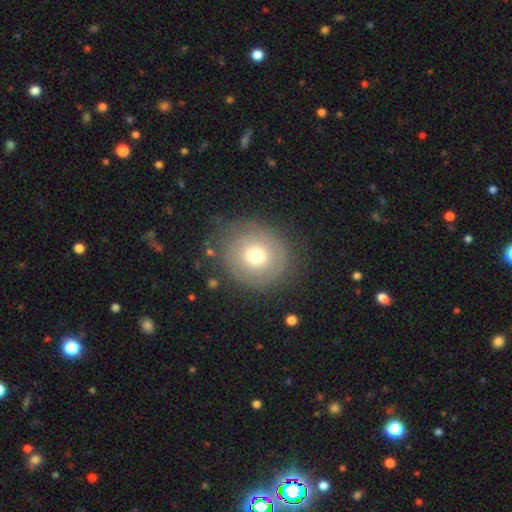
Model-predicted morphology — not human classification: Q: Smooth or featured?
A: smooth (55%); runner-up: featured or disk (34%)
Q: How rounded?
A: round (89%); runner-up: in between (10%)
Q: Merging?
A: none (77%); runner-up: minor disturbance (14%)